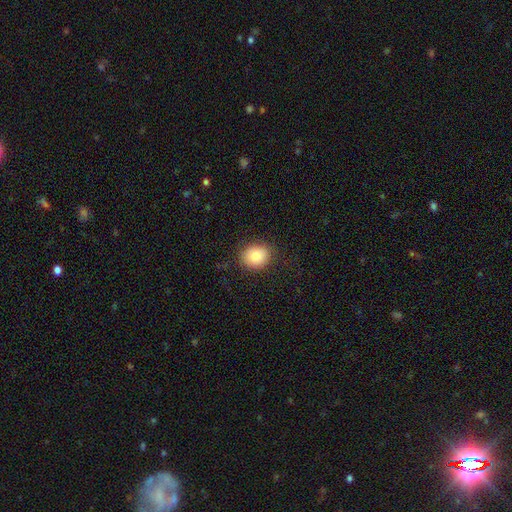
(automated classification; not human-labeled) The model was most divided on "how rounded": round: 67%, in between: 32%, cigar-shaped: 1%. More confident: merging — none (85%); smooth or featured — smooth (83%).